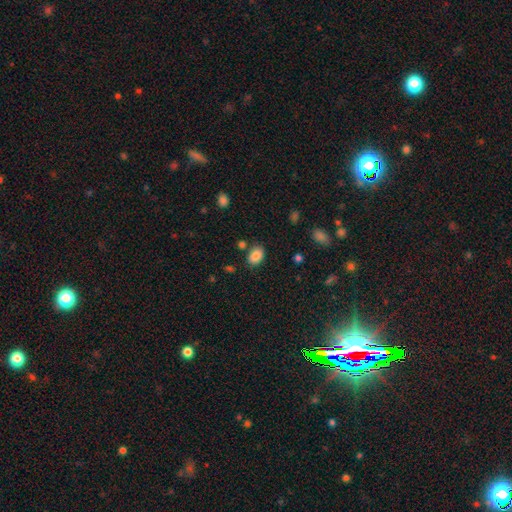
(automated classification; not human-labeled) Smooth or featured: smooth — 85% (star or artifact — 9%)
How rounded: in between — 81% (round — 18%)
Merging: none — 79% (minor disturbance — 12%)